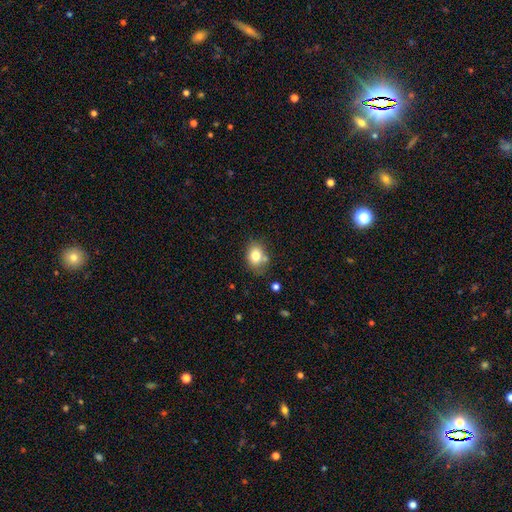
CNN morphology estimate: smooth 78%, featured or disk 12%, star or artifact 10%. Down the decision tree: how rounded — in between (57%); merging — none (65%).